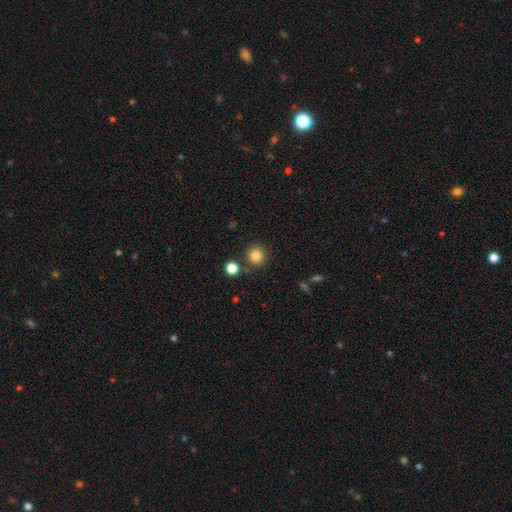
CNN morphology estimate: smooth 84%, star or artifact 11%, featured or disk 5%. Down the decision tree: how rounded — round (94%); merging — none (84%).